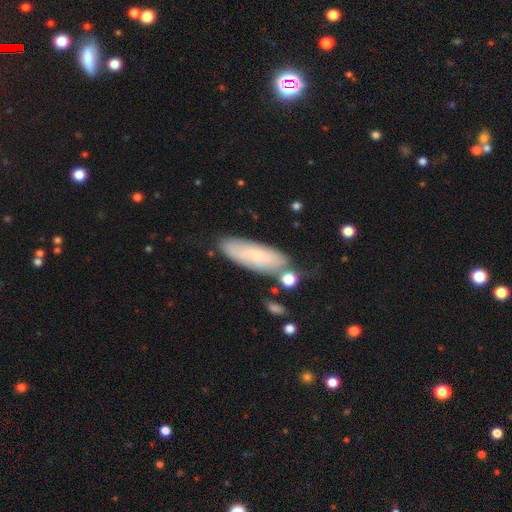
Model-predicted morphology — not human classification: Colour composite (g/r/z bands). It shows a smooth galaxy with no disk features (61%) that is in between round and cigar-shaped (60%). Merging: none (69%).